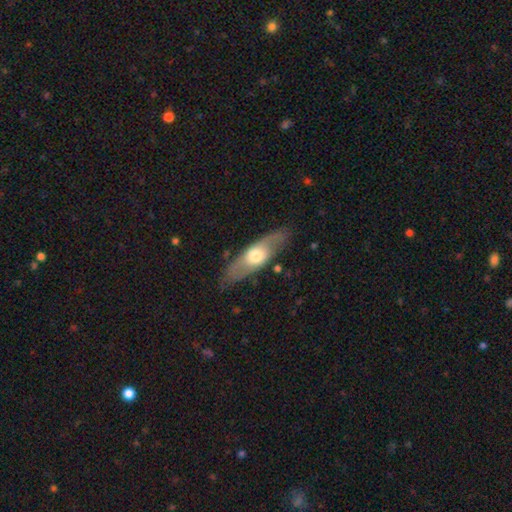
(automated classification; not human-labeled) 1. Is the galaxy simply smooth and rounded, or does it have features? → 51% featured or disk, 44% smooth, 5% star or artifact.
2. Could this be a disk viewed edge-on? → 52% no, 48% yes.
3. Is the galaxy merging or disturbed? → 80% none, 14% minor disturbance, 4% major disturbance, 2% merger.